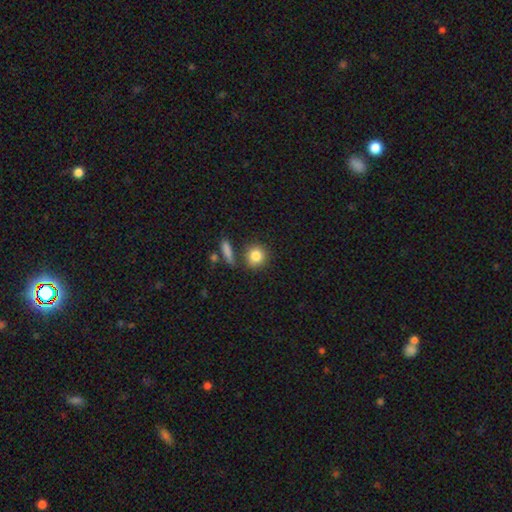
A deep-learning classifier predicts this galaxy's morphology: Smooth or featured? Predicted: smooth (p=0.84). How rounded? Predicted: round (p=0.85). Merging? Predicted: none (p=0.73).